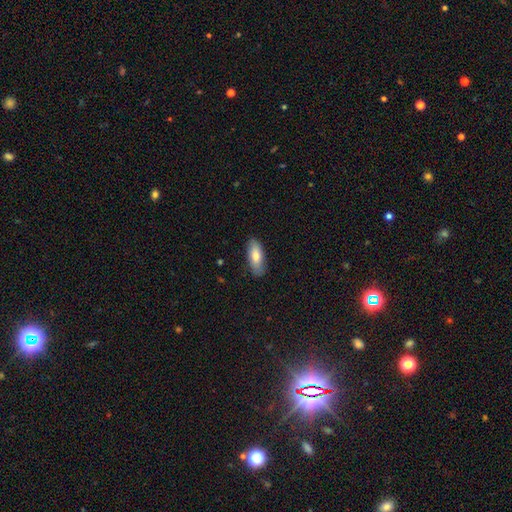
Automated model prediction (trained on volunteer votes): Smooth or featured? Predicted: smooth (p=0.78). How rounded? Predicted: in between (p=0.78). Merging? Predicted: none (p=0.85).